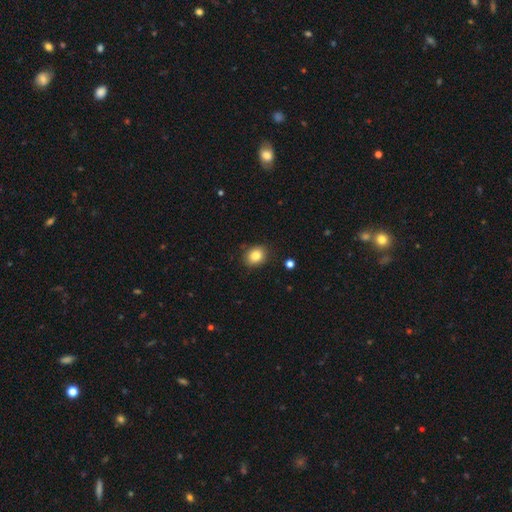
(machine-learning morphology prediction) smooth-or-featured: smooth: 83% | star or artifact: 10% | featured or disk: 7%
  how-rounded: round: 53% | in between: 47% | cigar-shaped: 1%
  merging: none: 85% | minor disturbance: 11% | major disturbance: 2% | merger: 2%